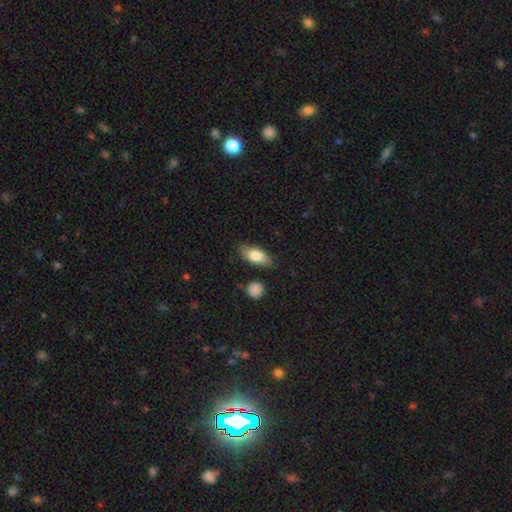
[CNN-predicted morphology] The model was most divided on "smooth or featured": smooth: 80%, featured or disk: 14%, star or artifact: 6%. More confident: how rounded — in between (86%); merging — none (82%).